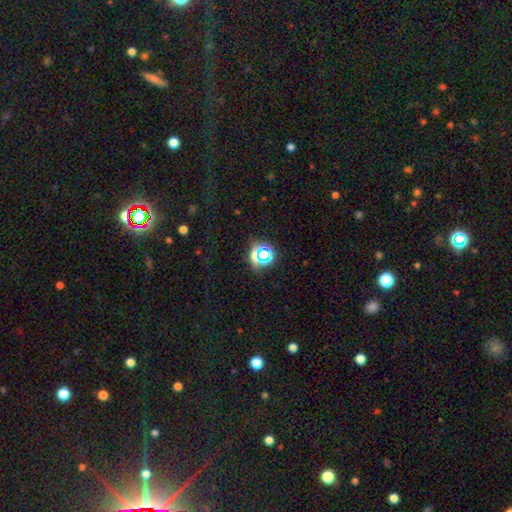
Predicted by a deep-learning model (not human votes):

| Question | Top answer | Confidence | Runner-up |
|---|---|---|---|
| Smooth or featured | star or artifact | 64% | smooth (26%) |